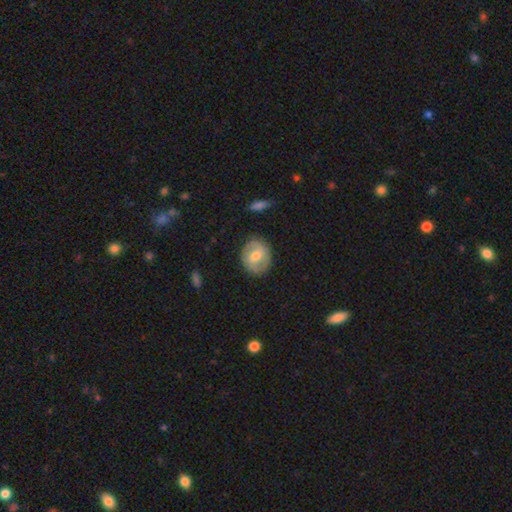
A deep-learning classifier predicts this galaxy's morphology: Smooth or featured? Predicted: featured or disk (p=0.53). Edge-on disk? Predicted: no (p=0.96). Bar? Predicted: weak (p=0.50). Spiral arms? Predicted: yes (p=0.69). Bulge size? Predicted: moderate (p=0.70). Merging? Predicted: none (p=0.84).